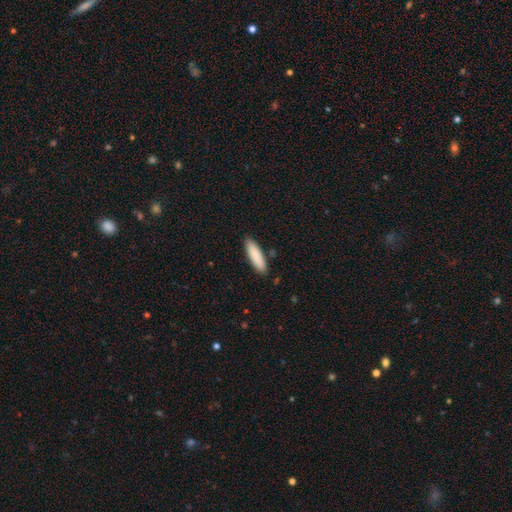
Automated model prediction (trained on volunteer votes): Smooth or featured: smooth — 88% (featured or disk — 6%)
How rounded: cigar-shaped — 64% (in between — 35%)
Merging: none — 88% (minor disturbance — 9%)